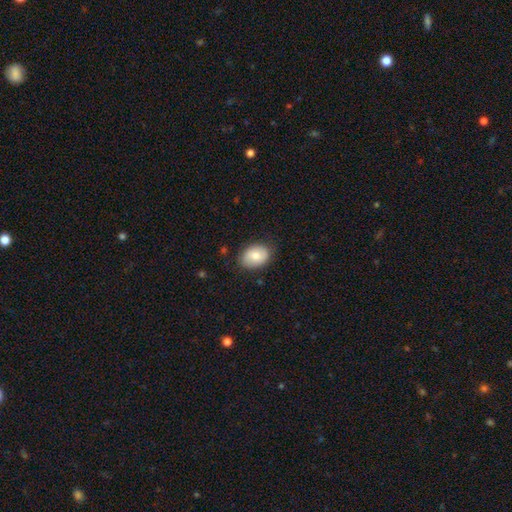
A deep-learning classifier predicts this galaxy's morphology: smooth 77%, featured or disk 16%, star or artifact 7%. Down the decision tree: how rounded — in between (78%); merging — none (81%).